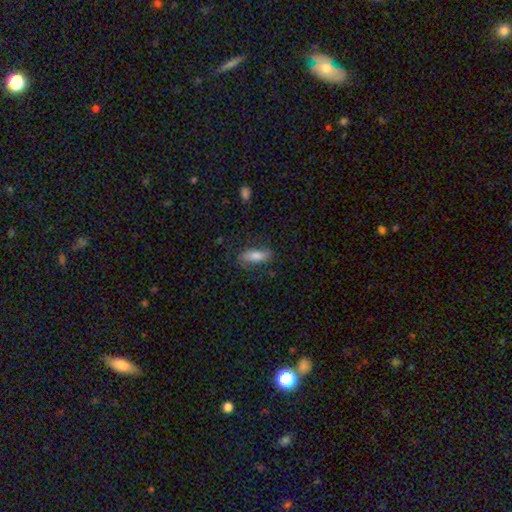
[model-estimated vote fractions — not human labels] Smooth or featured? Predicted: smooth (p=0.76). How rounded? Predicted: in between (p=0.54). Merging? Predicted: none (p=0.77).